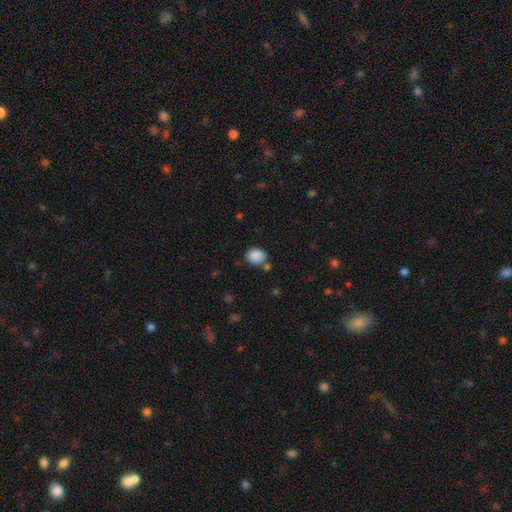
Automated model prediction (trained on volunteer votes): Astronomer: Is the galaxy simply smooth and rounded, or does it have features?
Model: smooth — 87%.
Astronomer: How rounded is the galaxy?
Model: round — 61% (runner-up: in between, 38%).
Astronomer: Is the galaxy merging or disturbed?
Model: none — 72%.